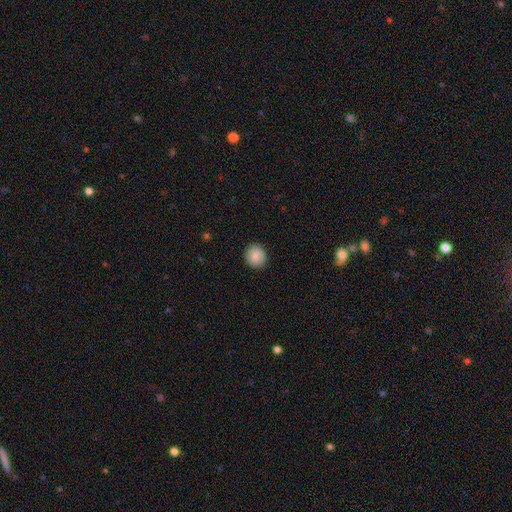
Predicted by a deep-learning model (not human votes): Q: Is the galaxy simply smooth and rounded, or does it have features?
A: smooth — 87%.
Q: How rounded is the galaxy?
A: round — 89%.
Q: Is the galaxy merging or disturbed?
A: none — 90%.